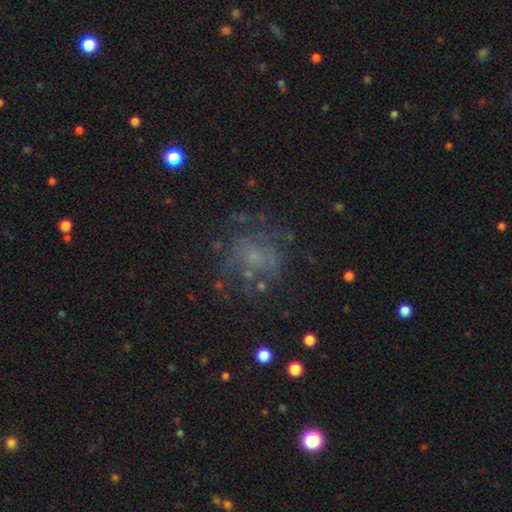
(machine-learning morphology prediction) featured or disk 48%, smooth 29%, star or artifact 23%. Down the decision tree: merging — none (62%).